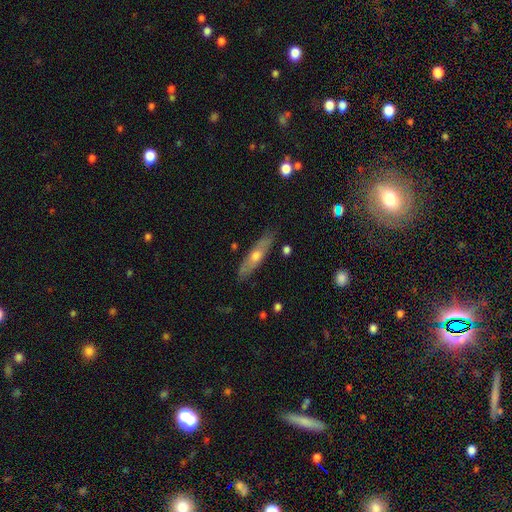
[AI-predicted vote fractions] Q: Smooth or featured?
A: featured or disk (52%); runner-up: smooth (41%)
Q: Edge-on disk?
A: yes (73%); runner-up: no (27%)
Q: Merging?
A: none (85%); runner-up: minor disturbance (11%)